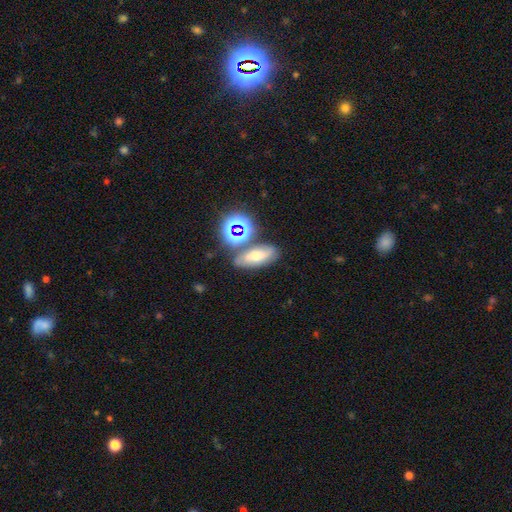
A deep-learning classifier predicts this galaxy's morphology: Smooth or featured: smooth — 48% (star or artifact — 29%)
Merging: none — 67% (merger — 15%)